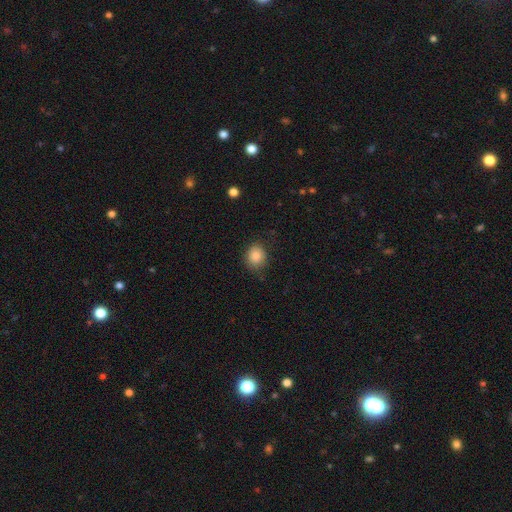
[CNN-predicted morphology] smooth 85%, star or artifact 9%, featured or disk 6%. Down the decision tree: how rounded — round (71%); merging — none (78%).